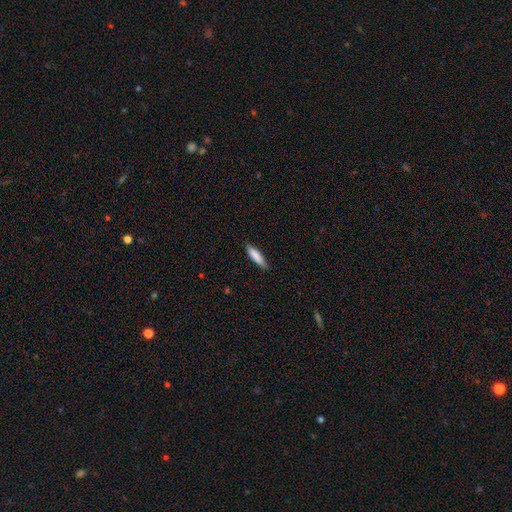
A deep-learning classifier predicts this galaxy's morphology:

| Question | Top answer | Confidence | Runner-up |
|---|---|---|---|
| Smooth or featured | smooth | 84% | featured or disk (10%) |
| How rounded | cigar-shaped | 76% | in between (23%) |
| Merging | none | 86% | minor disturbance (11%) |